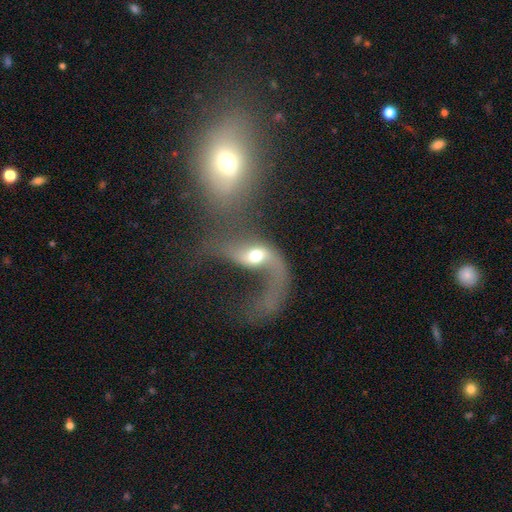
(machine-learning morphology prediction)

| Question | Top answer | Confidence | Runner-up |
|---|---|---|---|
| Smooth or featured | featured or disk | 69% | smooth (22%) |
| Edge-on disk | no | 93% | yes (7%) |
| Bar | no | 50% | weak (32%) |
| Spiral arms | yes | 80% | no (20%) |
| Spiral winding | loose | 91% | medium (7%) |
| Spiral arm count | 2 | 59% | 1 (35%) |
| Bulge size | moderate | 62% | large (16%) |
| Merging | major disturbance | 36% | merger (34%) |